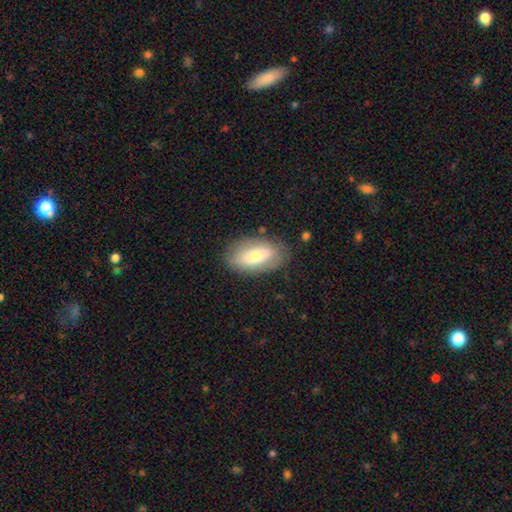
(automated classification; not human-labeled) Smooth or featured? Predicted: smooth (p=0.59). How rounded? Predicted: in between (p=0.91). Merging? Predicted: none (p=0.76).